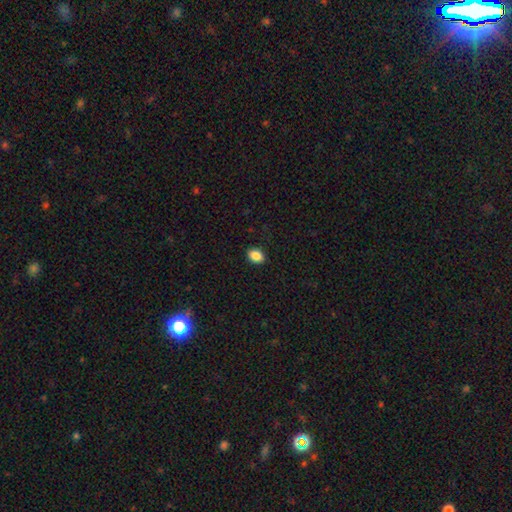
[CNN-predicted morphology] type=smooth (88%); roundness=in between (71%); merging=none (89%).